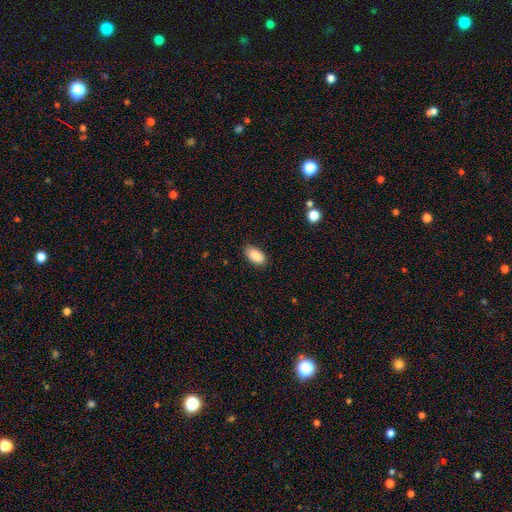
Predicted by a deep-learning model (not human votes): smooth-or-featured: smooth: 89% | star or artifact: 7% | featured or disk: 4%
  how-rounded: in between: 93% | cigar-shaped: 5% | round: 3%
  merging: none: 85% | minor disturbance: 12% | major disturbance: 2% | merger: 1%